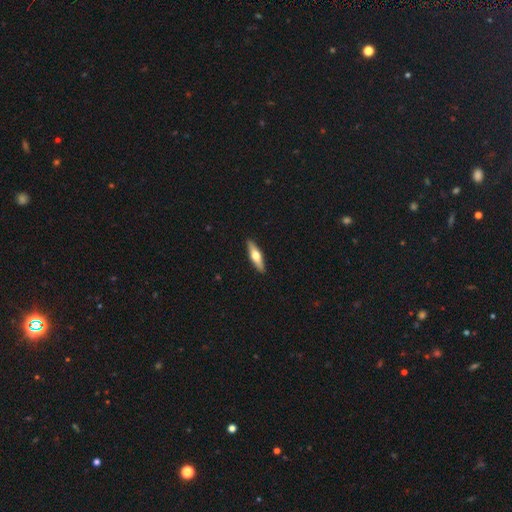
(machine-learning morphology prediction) featured or disk 49%, smooth 46%, star or artifact 5%. Down the decision tree: merging — none (91%).